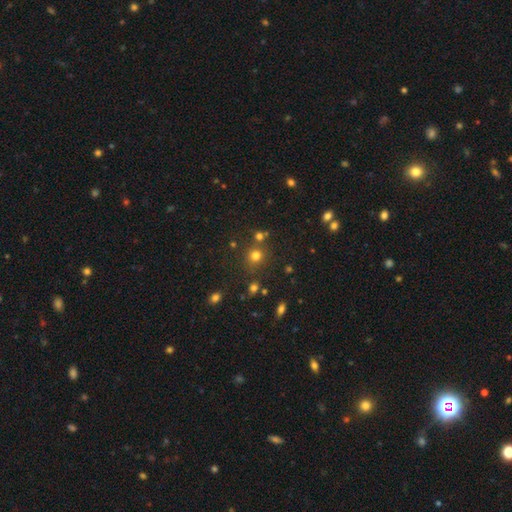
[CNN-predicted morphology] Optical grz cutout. It shows a smooth galaxy with no disk features (73%) that is round (89%). Merging: none (76%).